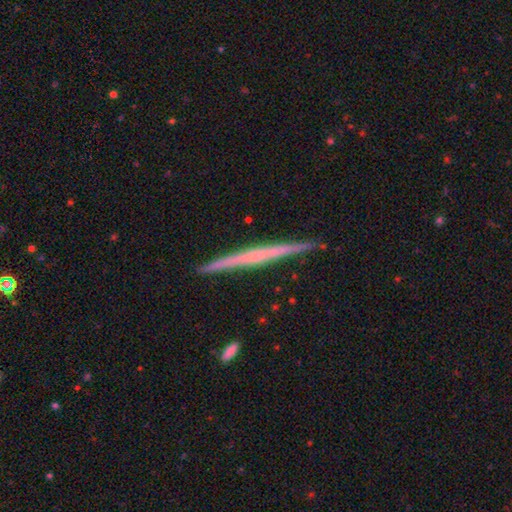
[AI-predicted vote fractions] Smooth or featured?
  - featured or disk: 66% *
  - smooth: 28%
  - star or artifact: 6%
Edge-on disk?
  - yes: 98% *
  - no: 2%
Edge-on bulge?
  - none: 67% *
  - rounded: 22%
  - boxy: 11%
Merging?
  - none: 90% *
  - minor disturbance: 7%
  - major disturbance: 1%
  - merger: 1%